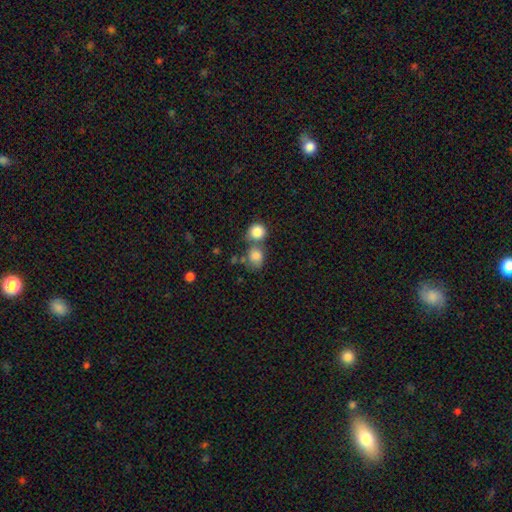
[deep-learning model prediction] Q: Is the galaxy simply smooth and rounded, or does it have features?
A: smooth — 82%.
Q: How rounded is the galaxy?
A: round — 70%.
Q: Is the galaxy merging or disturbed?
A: merger — 44%.